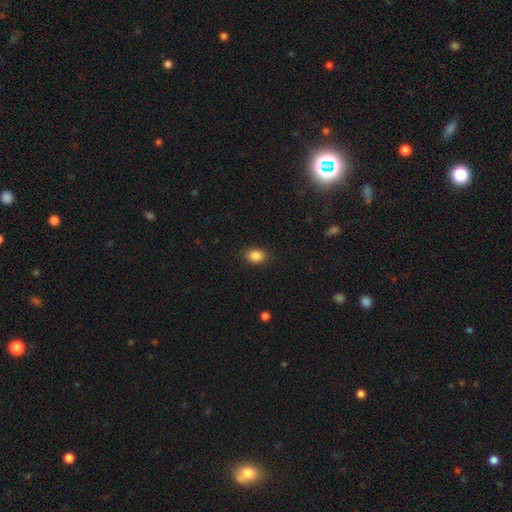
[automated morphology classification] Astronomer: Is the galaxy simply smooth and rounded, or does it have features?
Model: smooth — 87%.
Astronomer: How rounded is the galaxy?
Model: in between — 77%.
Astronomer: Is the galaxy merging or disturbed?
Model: none — 88%.